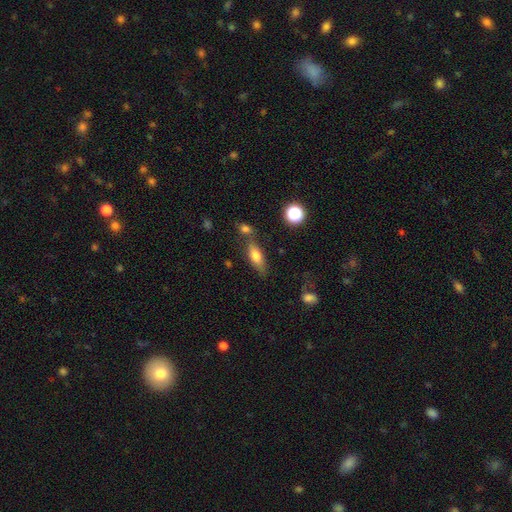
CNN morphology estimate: Smooth or featured? smooth (71%)
How rounded? in between (68%)
Merging? none (63%)